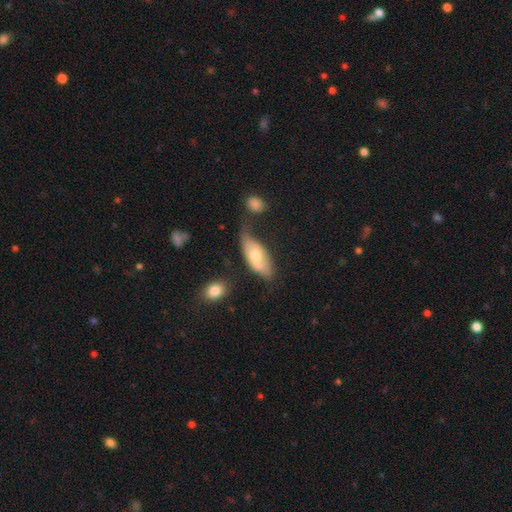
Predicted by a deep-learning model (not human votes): Smooth or featured? Predicted: smooth (p=0.54). How rounded? Predicted: in between (p=0.84). Merging? Predicted: none (p=0.38).